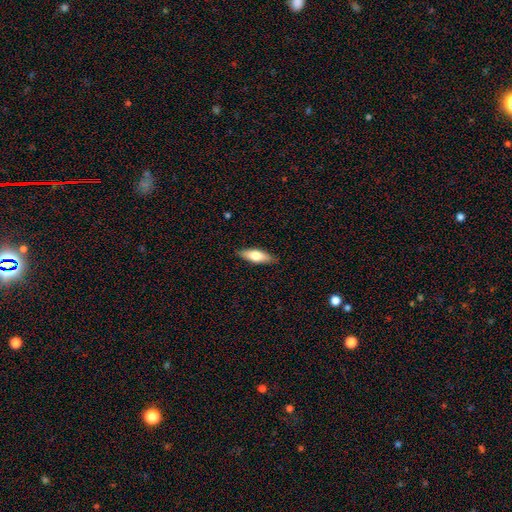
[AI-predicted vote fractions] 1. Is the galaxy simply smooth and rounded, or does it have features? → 67% smooth, 27% featured or disk, 6% star or artifact.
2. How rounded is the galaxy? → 63% in between, 35% cigar-shaped, 2% round.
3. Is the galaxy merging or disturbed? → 87% none, 10% minor disturbance, 2% major disturbance, 1% merger.